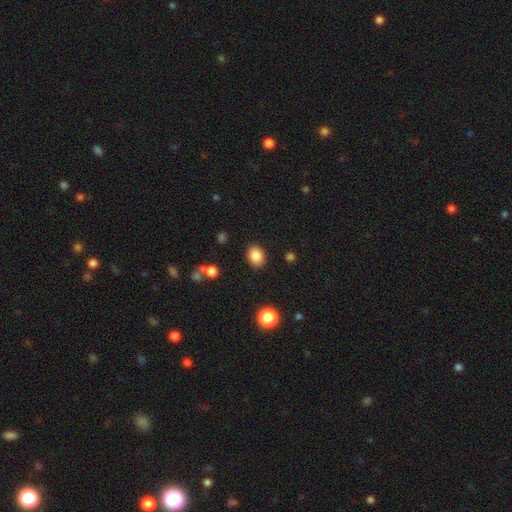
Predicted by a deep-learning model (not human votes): The model was most divided on "how rounded": in between: 65%, round: 35%, cigar-shaped: 1%. More confident: merging — none (87%); smooth or featured — smooth (86%).